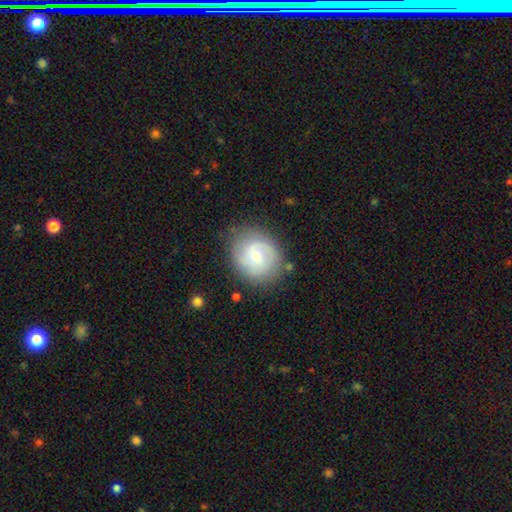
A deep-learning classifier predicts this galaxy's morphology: Overall: featured or disk (56%; smooth 36%). Edge-on disk: no (97%). Bar: no (52%; weak 42%). Spiral arms: yes (82%). Bulge size: small (53%; moderate 42%). Merging: none (78%).